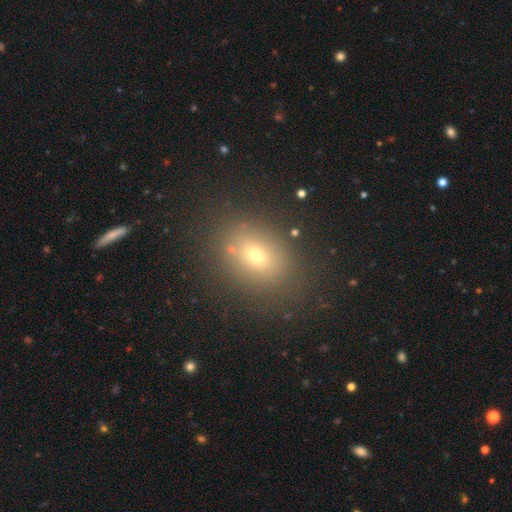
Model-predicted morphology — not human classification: smooth 63%, star or artifact 21%, featured or disk 16%. Down the decision tree: how rounded — in between (57%); merging — none (81%).